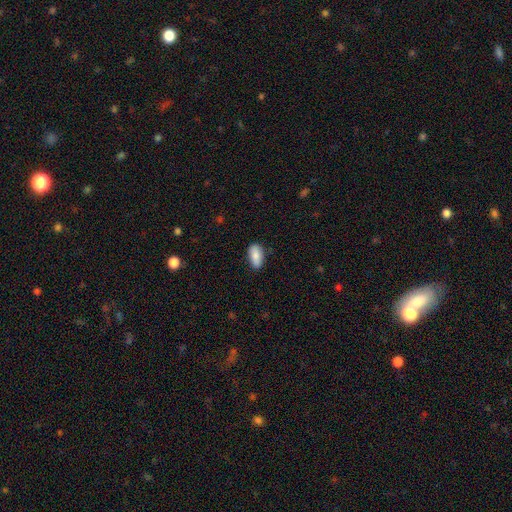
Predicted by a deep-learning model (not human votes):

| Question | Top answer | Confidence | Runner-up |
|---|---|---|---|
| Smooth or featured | smooth | 84% | featured or disk (10%) |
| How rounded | in between | 92% | cigar-shaped (4%) |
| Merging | none | 84% | minor disturbance (12%) |